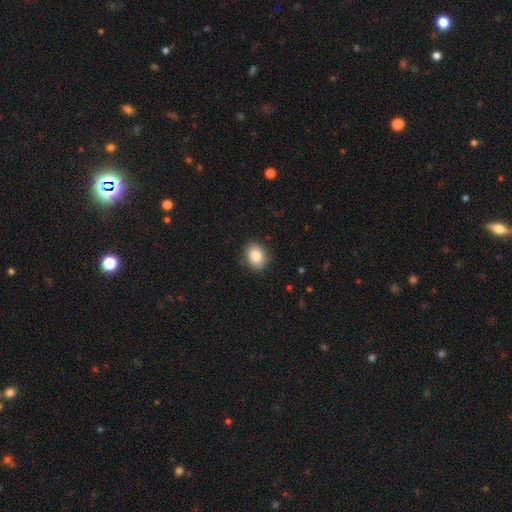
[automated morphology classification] Smooth or featured? smooth (85%)
How rounded? in between (66%)
Merging? none (87%)